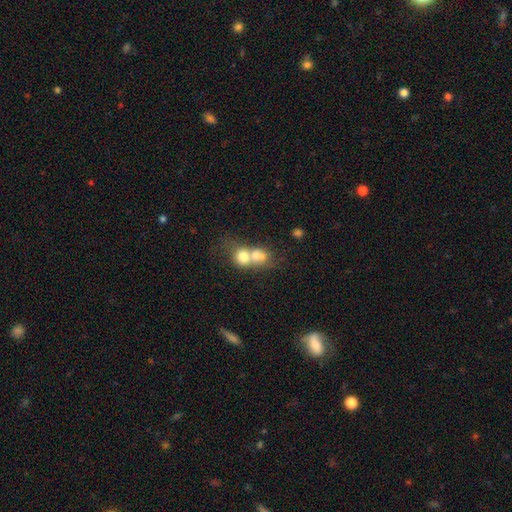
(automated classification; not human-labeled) Smooth or featured? smooth (67%)
How rounded? round (63%)
Merging? merger (72%)